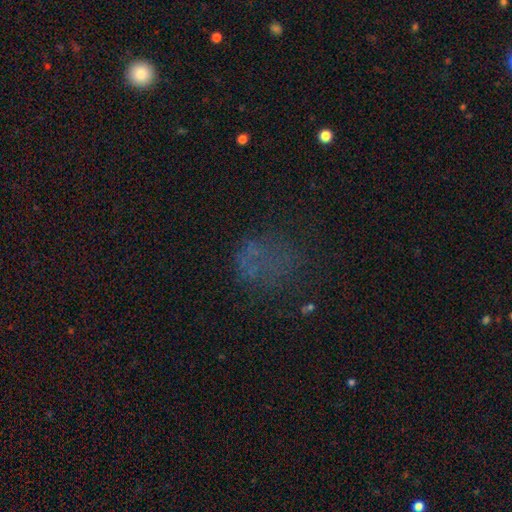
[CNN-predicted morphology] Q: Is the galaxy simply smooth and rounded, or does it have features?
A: smooth — 38%.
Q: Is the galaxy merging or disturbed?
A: none — 54%.